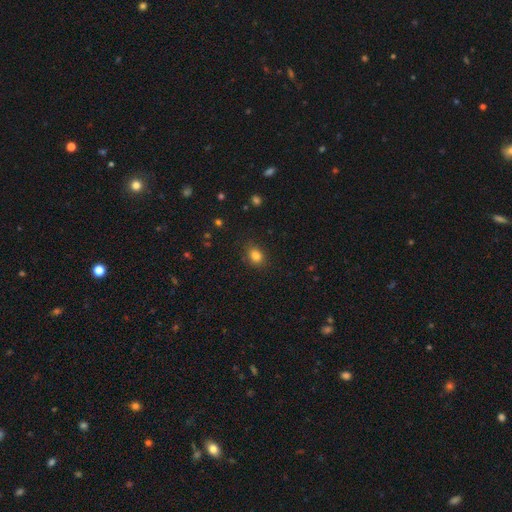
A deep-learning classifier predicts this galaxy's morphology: A smooth galaxy with no disk features (83%) that is in between round and cigar-shaped (59%). Merging: none (83%).